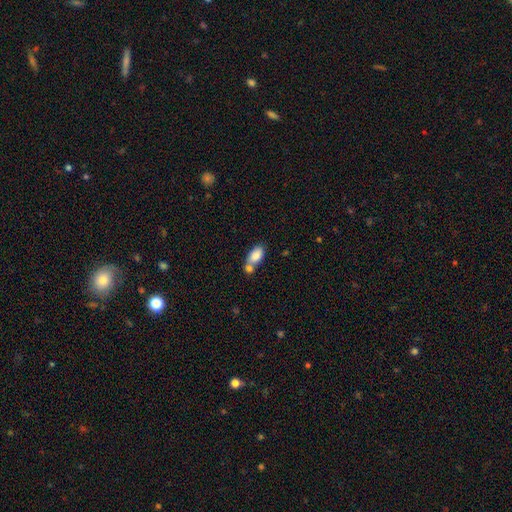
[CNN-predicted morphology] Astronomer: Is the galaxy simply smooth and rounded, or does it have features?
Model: smooth — 82%.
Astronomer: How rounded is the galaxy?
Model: in between — 91%.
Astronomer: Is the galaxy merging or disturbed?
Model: merger — 47% (runner-up: none, 36%).